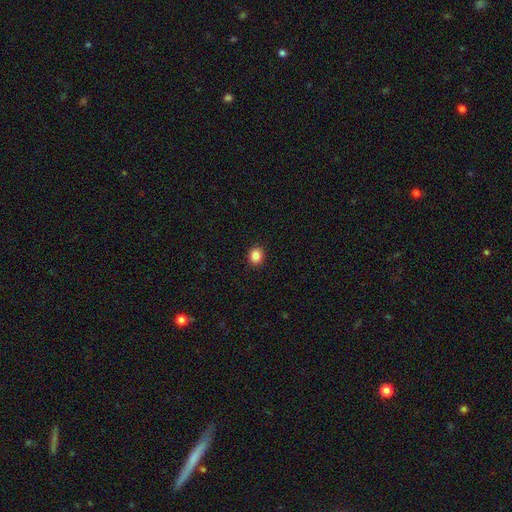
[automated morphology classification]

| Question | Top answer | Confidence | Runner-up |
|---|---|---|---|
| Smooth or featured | smooth | 85% | star or artifact (10%) |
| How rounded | round | 78% | in between (21%) |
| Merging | none | 92% | minor disturbance (5%) |